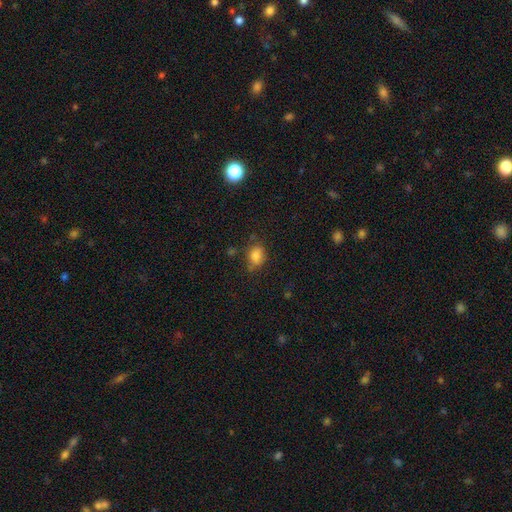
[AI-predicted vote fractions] A smooth galaxy with no disk features (82%) that is in between round and cigar-shaped (71%). Merging: none (64%).